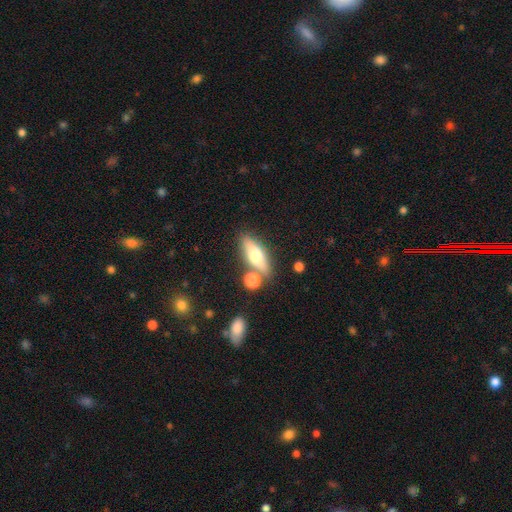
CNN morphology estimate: Q: Smooth or featured?
A: smooth (58%); runner-up: featured or disk (33%)
Q: How rounded?
A: in between (57%); runner-up: cigar-shaped (38%)
Q: Merging?
A: none (72%); runner-up: minor disturbance (13%)